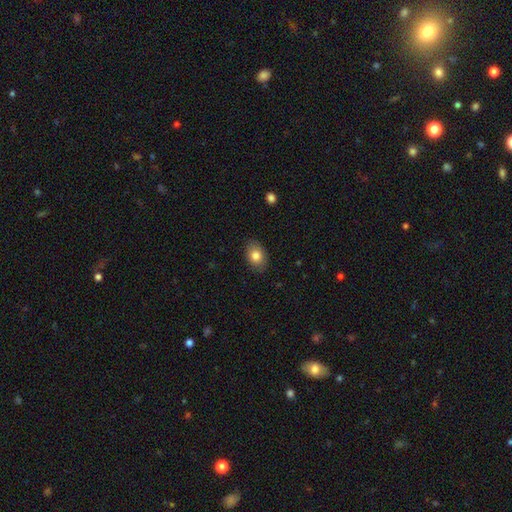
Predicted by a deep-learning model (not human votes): smooth 82%, featured or disk 10%, star or artifact 8%. Down the decision tree: how rounded — in between (79%); merging — none (86%).